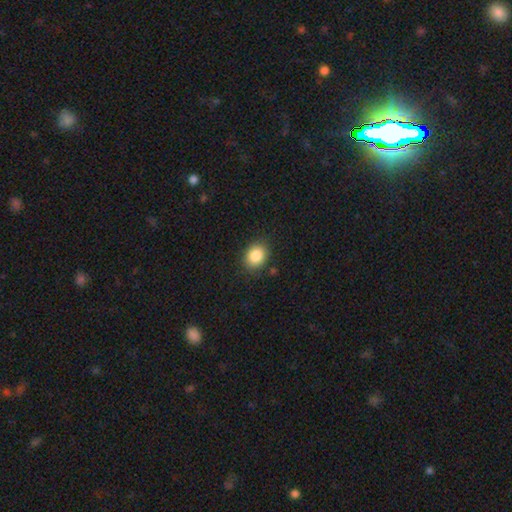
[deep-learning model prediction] Smooth or featured? smooth (86%)
How rounded? in between (51%)
Merging? none (86%)